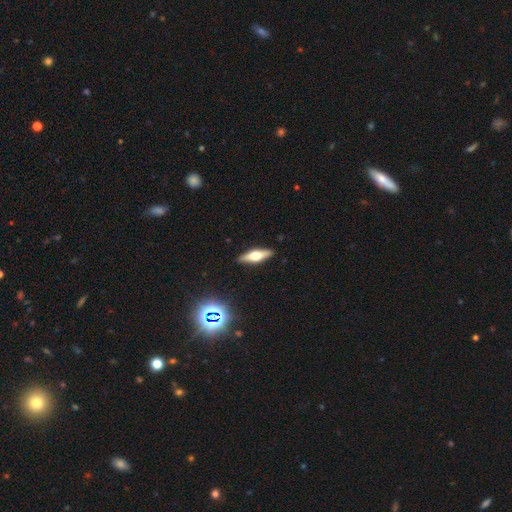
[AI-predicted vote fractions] This appears to be a featured or disk galaxy (54%) viewed edge-on (92%) with a rounded central bulge (92%). Merging: none (90%).